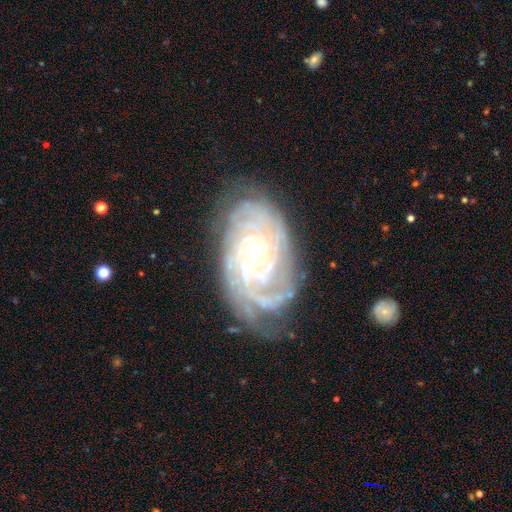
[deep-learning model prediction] A featured or disk galaxy (89%) with no bar (49%), tight (80%) spiral arms (98%) and a small central bulge (60%). Merging: none (71%).